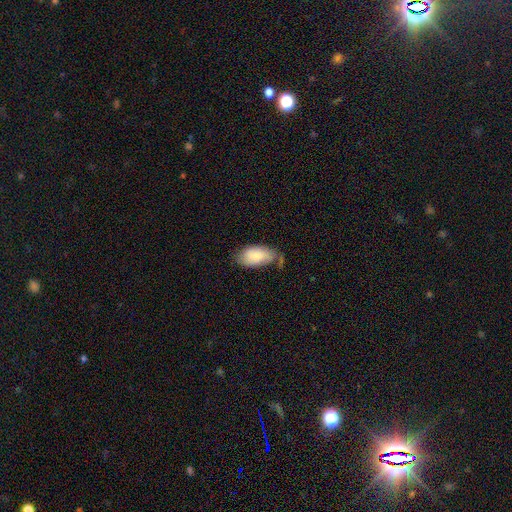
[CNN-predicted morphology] The model was most divided on "merging": none: 42%, minor disturbance: 37%, major disturbance: 15%, merger: 6%. More confident: how rounded — in between (95%); smooth or featured — smooth (77%).